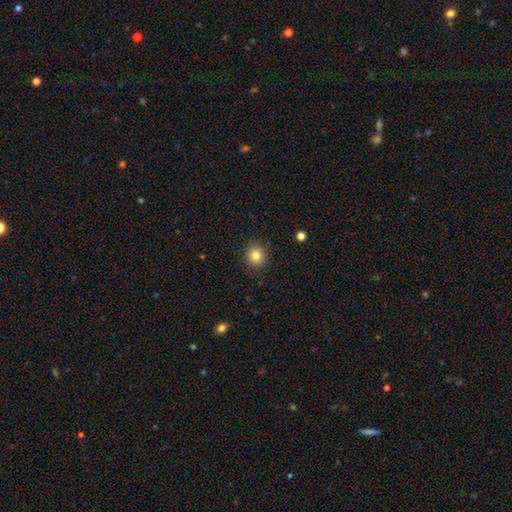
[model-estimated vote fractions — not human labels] Overall: smooth (82%). How rounded: round (87%). Merging: none (91%).